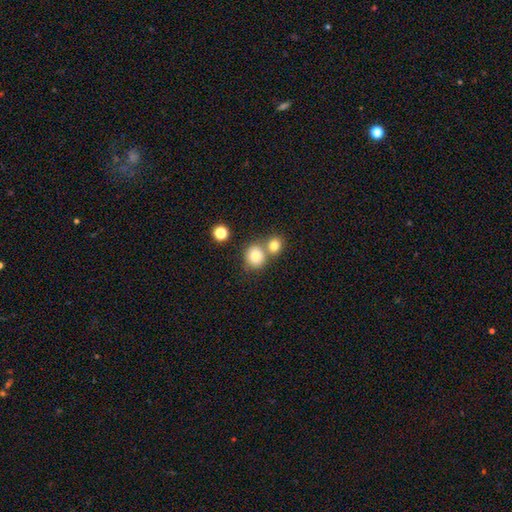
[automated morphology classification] This appears to be a smooth galaxy with no disk features (80%) that is round (82%). Merging: none (54%).